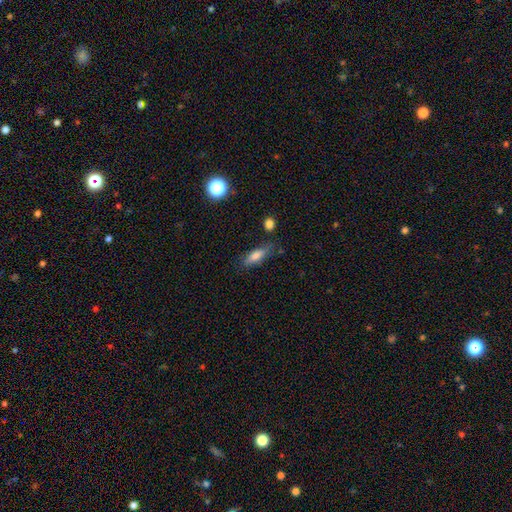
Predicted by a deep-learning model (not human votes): This is likely a smooth galaxy (74%). How rounded: possibly in between (49%). Merging: likely none (74%).